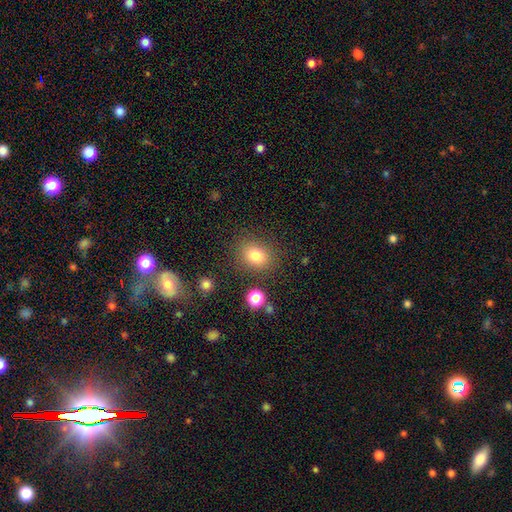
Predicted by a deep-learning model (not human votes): Smooth or featured? Predicted: smooth (p=0.79). How rounded? Predicted: round (p=0.54). Merging? Predicted: none (p=0.83).